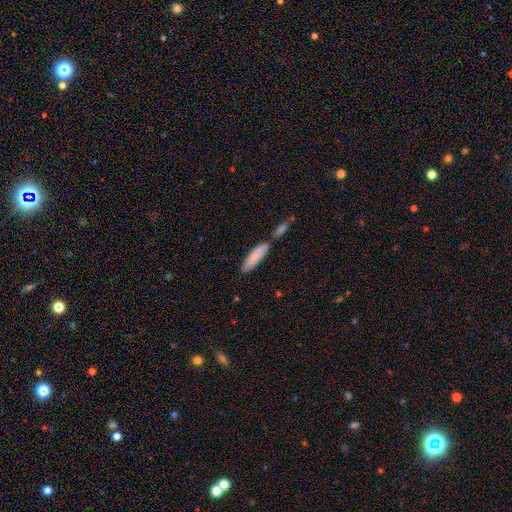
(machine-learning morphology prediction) A smooth galaxy with no disk features (80%) that is cigar-shaped (62%). Merging: none (58%).